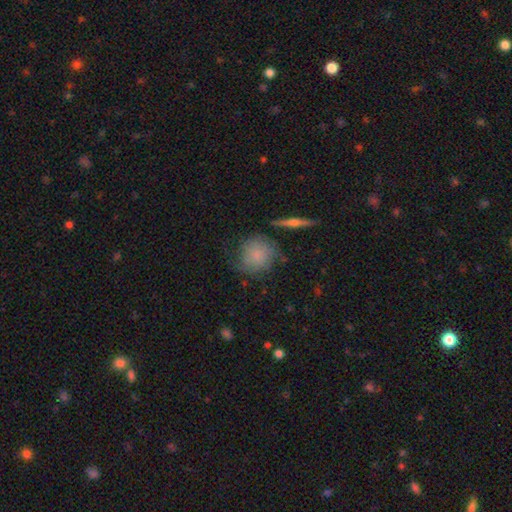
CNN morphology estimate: Q: Smooth or featured?
A: smooth (67%); runner-up: featured or disk (24%)
Q: How rounded?
A: round (84%); runner-up: in between (14%)
Q: Merging?
A: none (63%); runner-up: minor disturbance (24%)